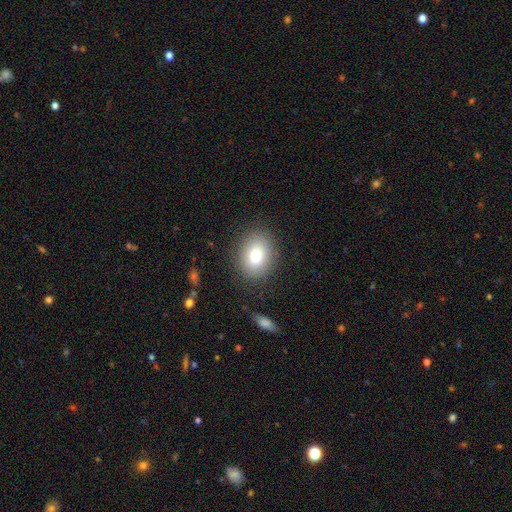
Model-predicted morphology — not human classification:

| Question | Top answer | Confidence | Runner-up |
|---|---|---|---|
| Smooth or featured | smooth | 83% | featured or disk (9%) |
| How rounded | in between | 64% | round (35%) |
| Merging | none | 85% | minor disturbance (10%) |